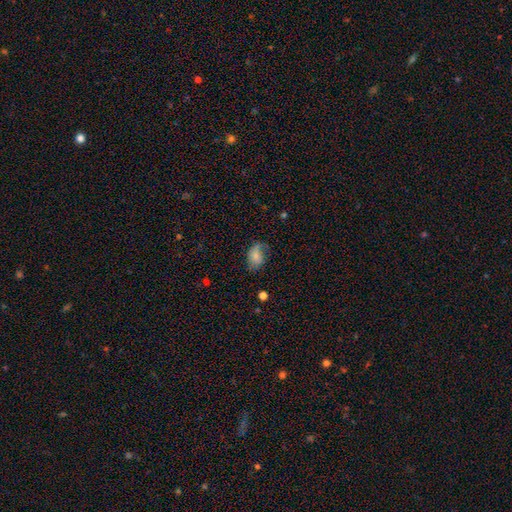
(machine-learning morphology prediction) Smooth or featured: smooth — 69% (featured or disk — 22%)
How rounded: in between — 86% (round — 12%)
Merging: none — 47% (minor disturbance — 33%)